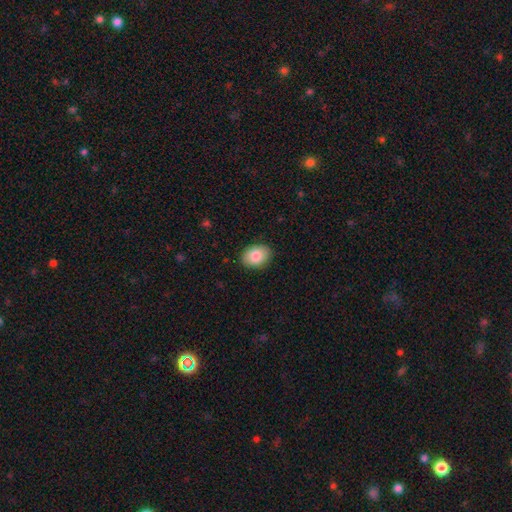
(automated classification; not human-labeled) This is clearly a smooth galaxy (85%). How rounded: likely in between (77%). Merging: clearly none (88%).